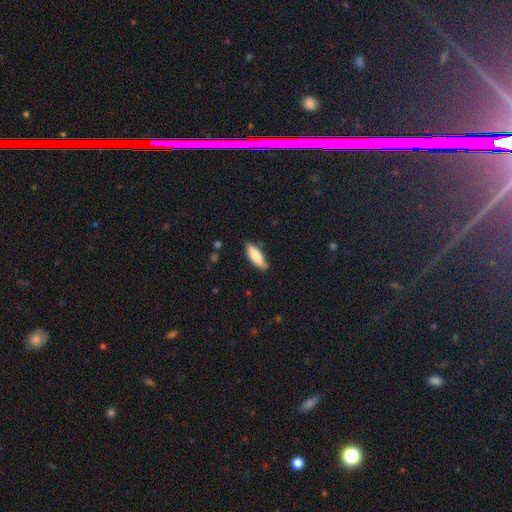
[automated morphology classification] Smooth or featured?
  - smooth: 82% *
  - featured or disk: 12%
  - star or artifact: 6%
How rounded?
  - in between: 53% *
  - cigar-shaped: 45%
  - round: 2%
Merging?
  - none: 82% *
  - minor disturbance: 14%
  - major disturbance: 2%
  - merger: 2%